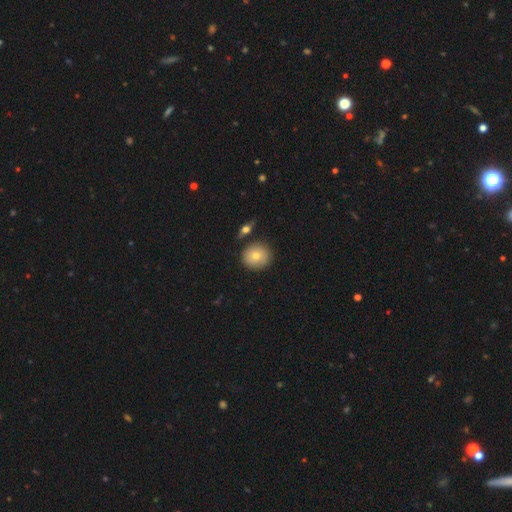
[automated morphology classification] Smooth or featured? Predicted: smooth (p=0.75). How rounded? Predicted: round (p=0.89). Merging? Predicted: none (p=0.83).